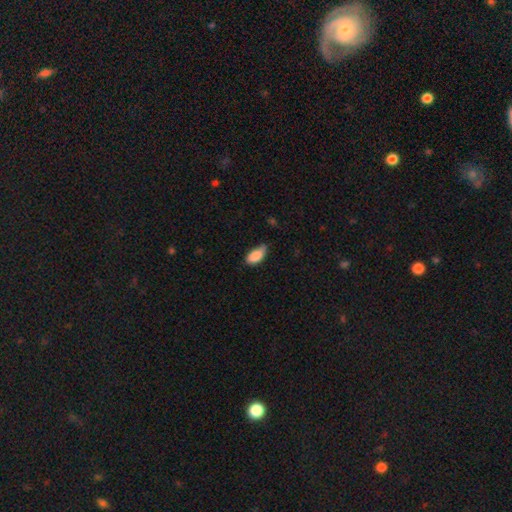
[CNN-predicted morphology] Smooth or featured? Predicted: smooth (p=0.87). How rounded? Predicted: in between (p=0.92). Merging? Predicted: none (p=0.56).